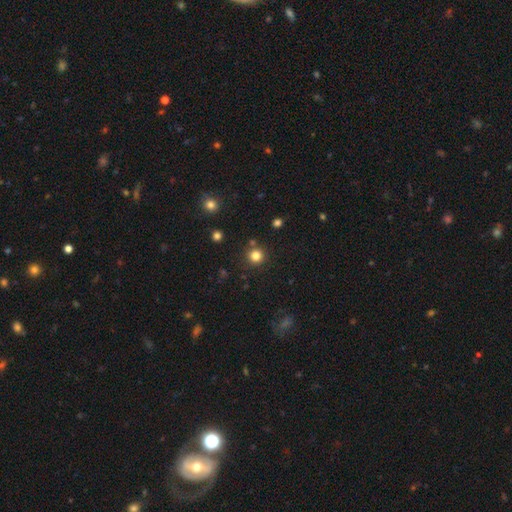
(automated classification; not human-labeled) smooth-or-featured: smooth: 80% | star or artifact: 14% | featured or disk: 5%
  how-rounded: round: 94% | in between: 5% | cigar-shaped: 1%
  merging: none: 85% | minor disturbance: 7% | merger: 6% | major disturbance: 2%